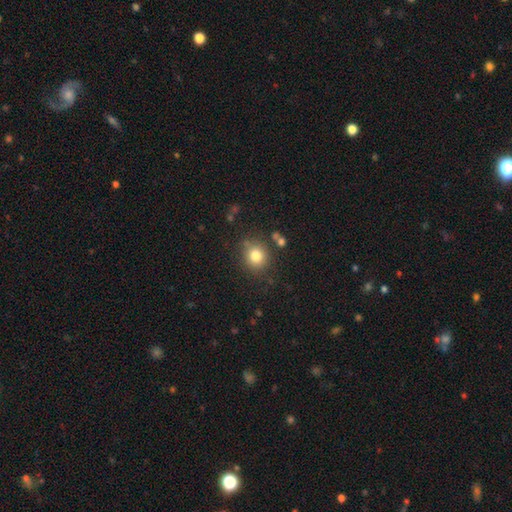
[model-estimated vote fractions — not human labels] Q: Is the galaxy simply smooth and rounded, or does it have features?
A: smooth — 80%.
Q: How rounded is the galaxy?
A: round — 81%.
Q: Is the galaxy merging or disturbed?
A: none — 79%.